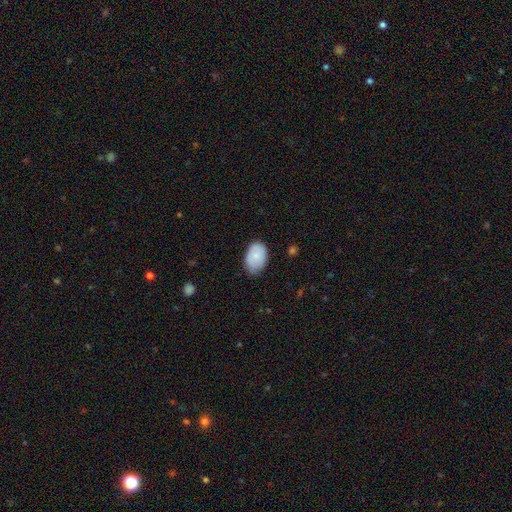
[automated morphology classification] Smooth or featured? smooth (81%)
How rounded? in between (87%)
Merging? none (68%)